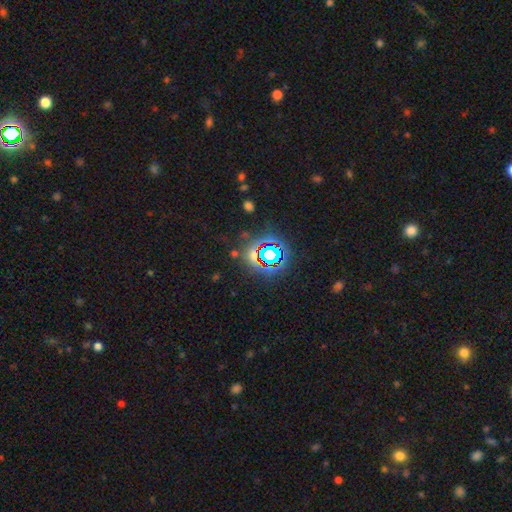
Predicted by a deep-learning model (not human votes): star or artifact 69%, smooth 20%, featured or disk 11%.